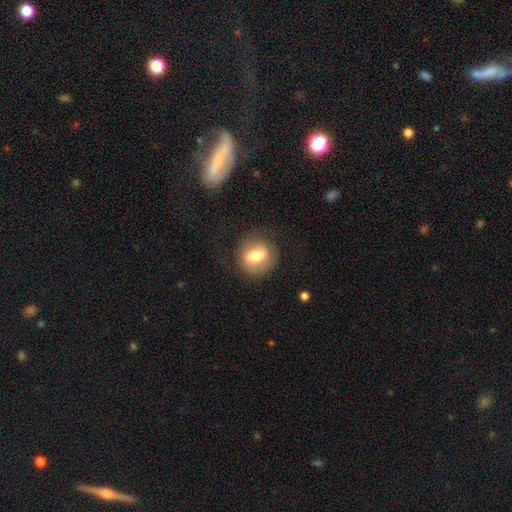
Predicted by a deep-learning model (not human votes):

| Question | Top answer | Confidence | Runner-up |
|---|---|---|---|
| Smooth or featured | smooth | 64% | featured or disk (28%) |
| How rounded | round | 73% | in between (26%) |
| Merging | none | 77% | minor disturbance (14%) |